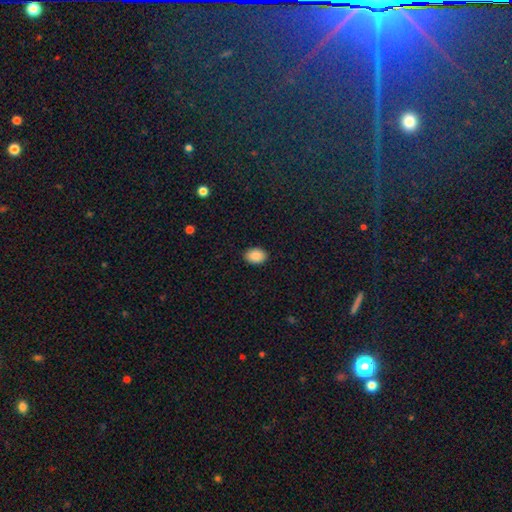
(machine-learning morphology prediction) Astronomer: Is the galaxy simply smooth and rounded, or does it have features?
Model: smooth — 89%.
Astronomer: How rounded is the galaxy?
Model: in between — 80%.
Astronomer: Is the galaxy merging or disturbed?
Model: none — 89%.